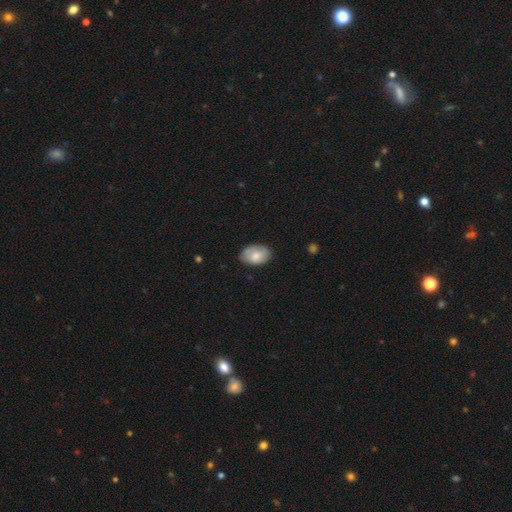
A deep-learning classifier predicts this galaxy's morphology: smooth_or_featured: smooth (p=0.71) [alt: featured or disk p=0.23]
how_rounded: in between (p=0.88) [alt: round p=0.11]
merging: none (p=0.74) [alt: minor disturbance p=0.21]